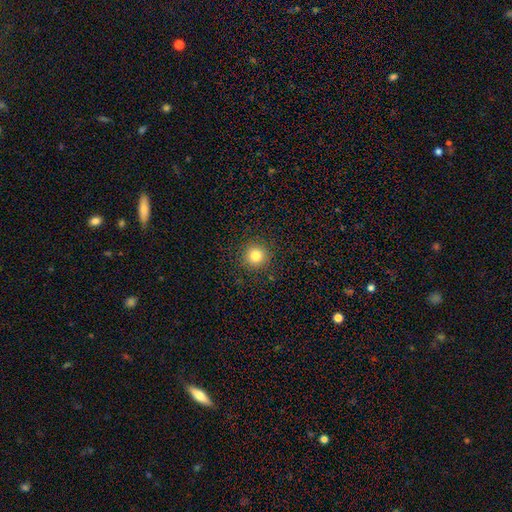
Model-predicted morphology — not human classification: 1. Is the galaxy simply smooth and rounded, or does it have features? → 82% smooth, 12% star or artifact, 6% featured or disk.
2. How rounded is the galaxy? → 95% round, 4% in between, 1% cigar-shaped.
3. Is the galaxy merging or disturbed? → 91% none, 6% minor disturbance, 2% major disturbance, 1% merger.